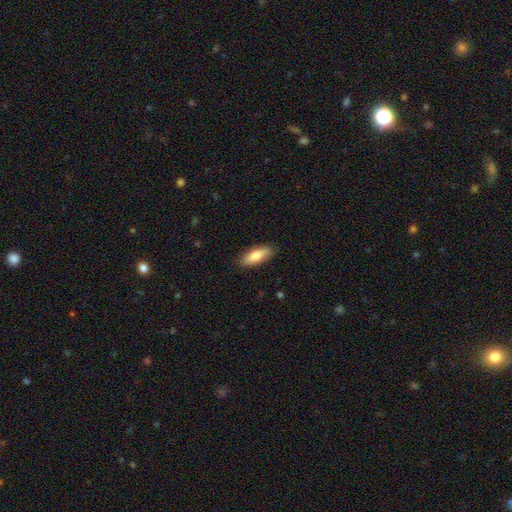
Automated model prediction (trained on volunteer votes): This is likely a smooth galaxy (75%). How rounded: likely in between (63%). Merging: clearly none (86%).